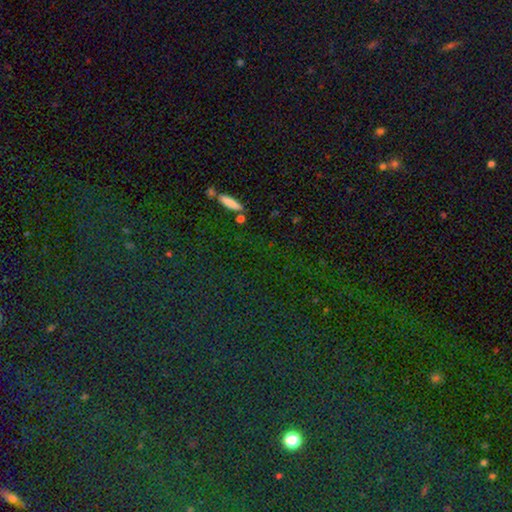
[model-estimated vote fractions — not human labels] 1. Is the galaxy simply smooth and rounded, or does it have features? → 77% star or artifact, 13% smooth, 10% featured or disk.